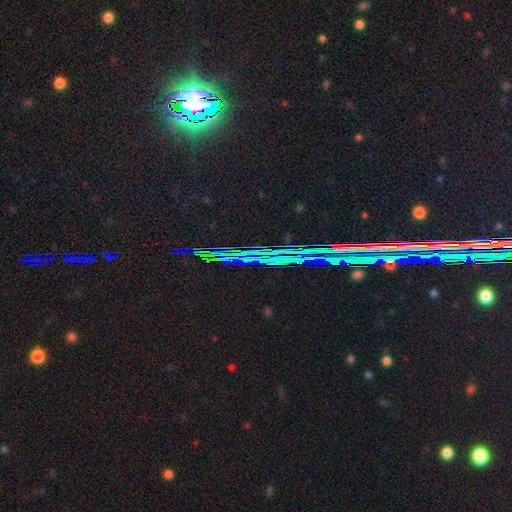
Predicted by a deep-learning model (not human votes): Smooth or featured? Predicted: star or artifact (p=0.86).